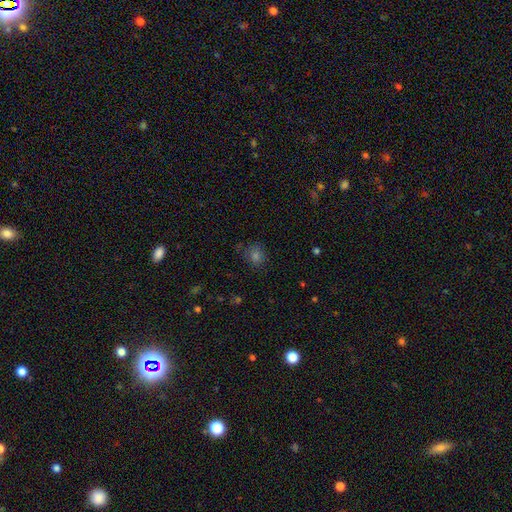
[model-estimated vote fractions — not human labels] Smooth or featured? Predicted: smooth (p=0.65). How rounded? Predicted: round (p=0.76). Merging? Predicted: none (p=0.78).